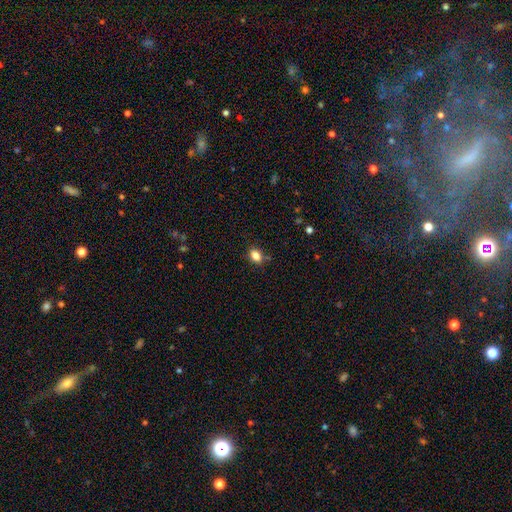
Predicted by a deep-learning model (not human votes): This is clearly a smooth galaxy (83%). How rounded: likely in between (77%). Merging: likely none (79%).